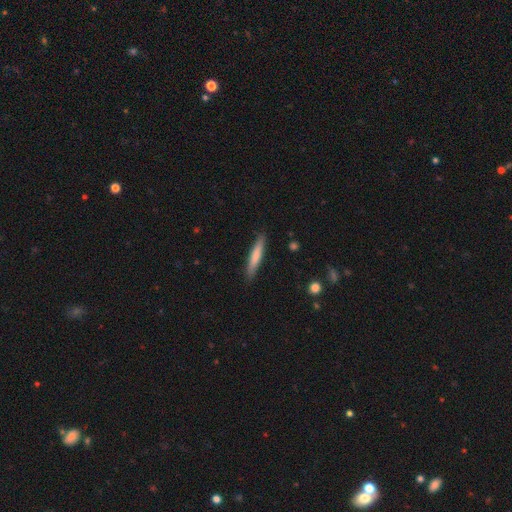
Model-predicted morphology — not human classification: The model was most divided on "smooth or featured": smooth: 73%, featured or disk: 21%, star or artifact: 5%. More confident: how rounded — cigar-shaped (92%); merging — none (89%).